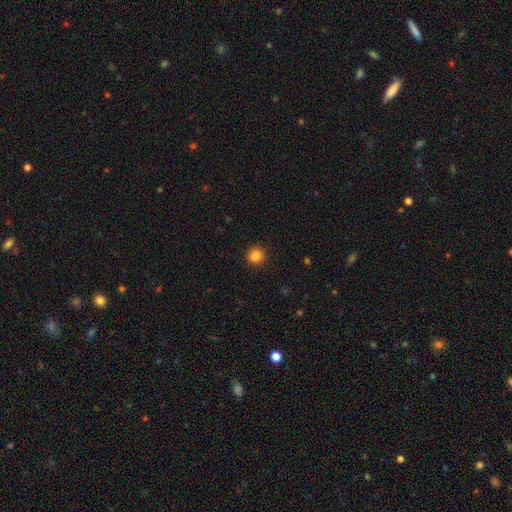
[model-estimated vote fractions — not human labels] Smooth or featured? smooth (86%)
How rounded? round (85%)
Merging? none (91%)